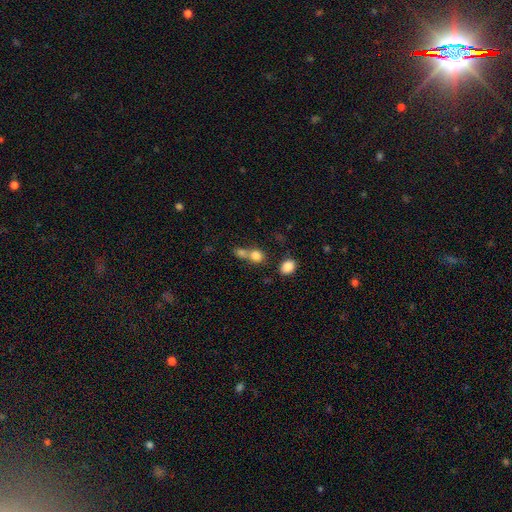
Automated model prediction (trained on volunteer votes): The model was most divided on "merging": merger: 51%, none: 38%, minor disturbance: 7%, major disturbance: 4%. More confident: smooth or featured — smooth (80%); how rounded — round (75%).